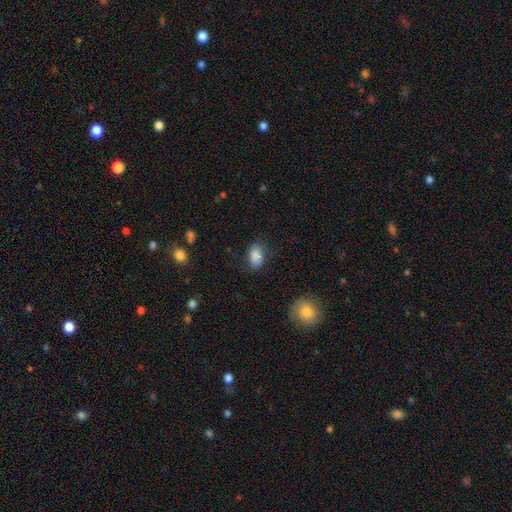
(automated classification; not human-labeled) Morphology: type=smooth (85%); roundness=in between (88%); merging=none (73%).